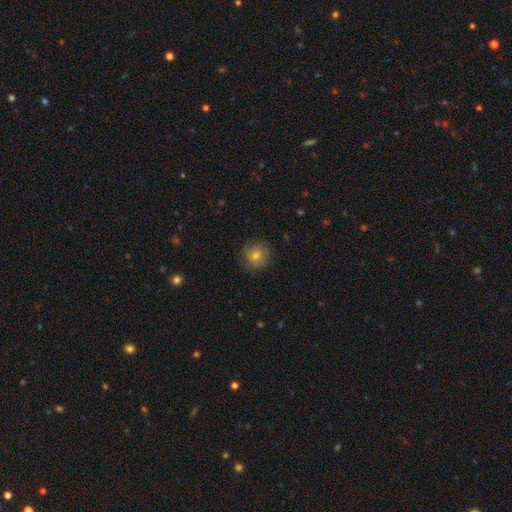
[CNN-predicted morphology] Q: Smooth or featured?
A: smooth (69%); runner-up: featured or disk (17%)
Q: How rounded?
A: round (90%); runner-up: in between (9%)
Q: Merging?
A: none (83%); runner-up: minor disturbance (12%)